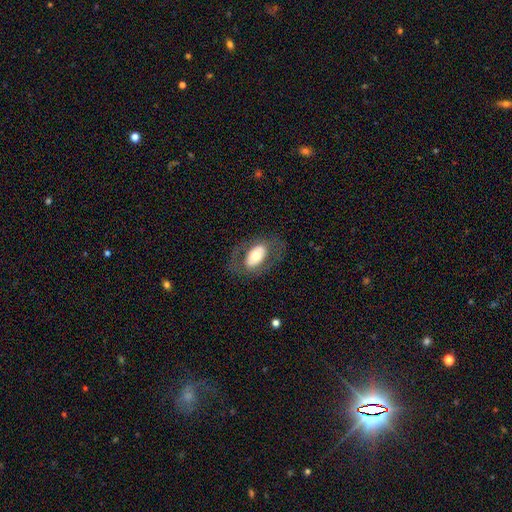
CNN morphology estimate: This is possibly a smooth galaxy (48%). Merging: likely none (73%).